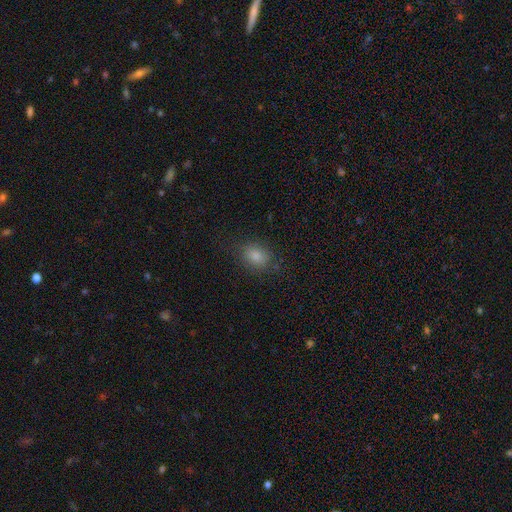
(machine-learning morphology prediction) Q: Smooth or featured?
A: smooth (78%); runner-up: star or artifact (15%)
Q: How rounded?
A: in between (60%); runner-up: round (38%)
Q: Merging?
A: none (81%); runner-up: minor disturbance (13%)